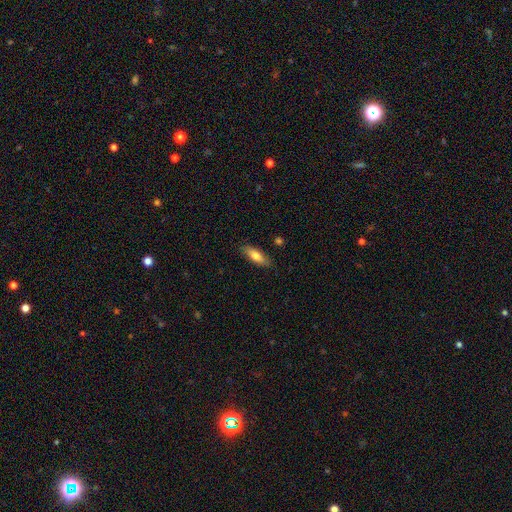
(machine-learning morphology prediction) Overall: smooth (75%). How rounded: in between (63%; cigar-shaped 35%). Merging: none (85%).